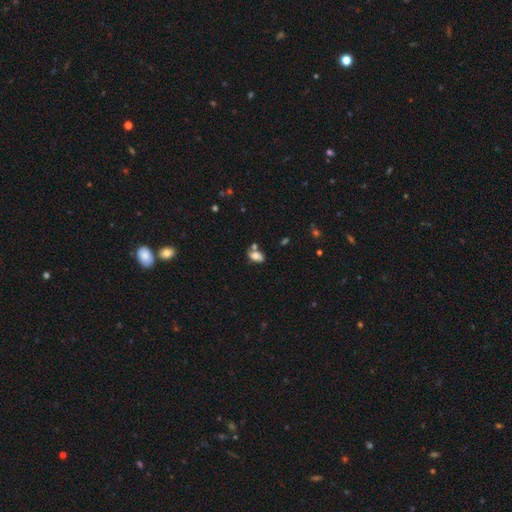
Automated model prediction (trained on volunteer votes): Smooth or featured? smooth (74%)
How rounded? in between (89%)
Merging? none (50%)